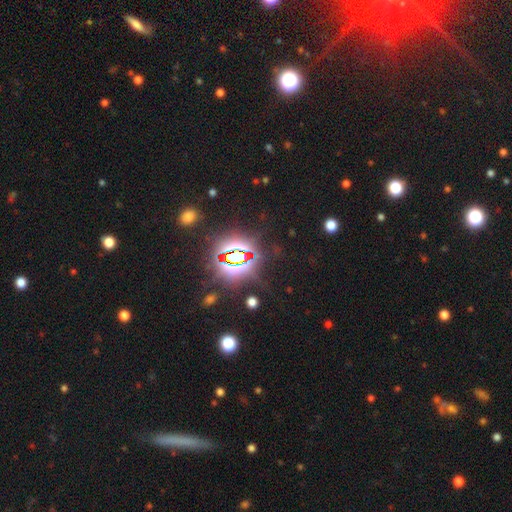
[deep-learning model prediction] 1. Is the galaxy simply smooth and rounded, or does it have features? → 84% star or artifact, 9% smooth, 7% featured or disk.